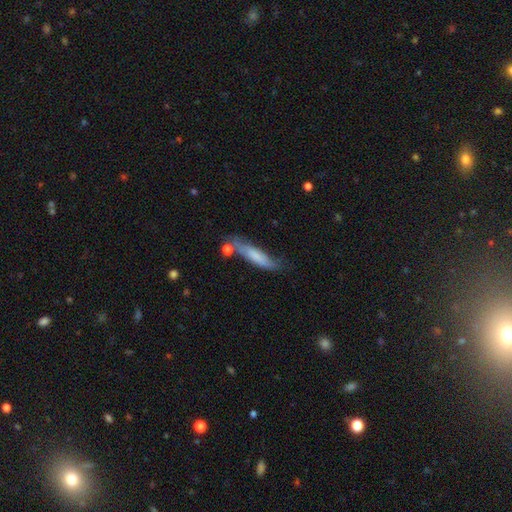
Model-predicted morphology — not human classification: smooth 64%, featured or disk 30%, star or artifact 7%. Down the decision tree: how rounded — cigar-shaped (78%); merging — none (56%).